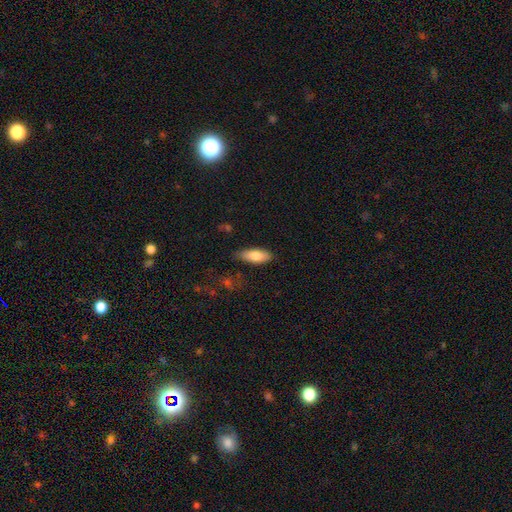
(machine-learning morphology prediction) Smooth or featured? smooth (84%)
How rounded? in between (76%)
Merging? none (77%)